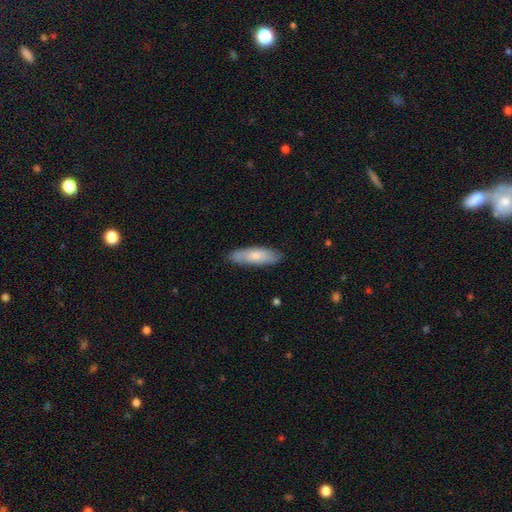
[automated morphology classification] smooth_or_featured: smooth (p=0.76) [alt: featured or disk p=0.19]
how_rounded: cigar-shaped (p=0.53) [alt: in between p=0.45]
merging: none (p=0.84) [alt: minor disturbance p=0.13]